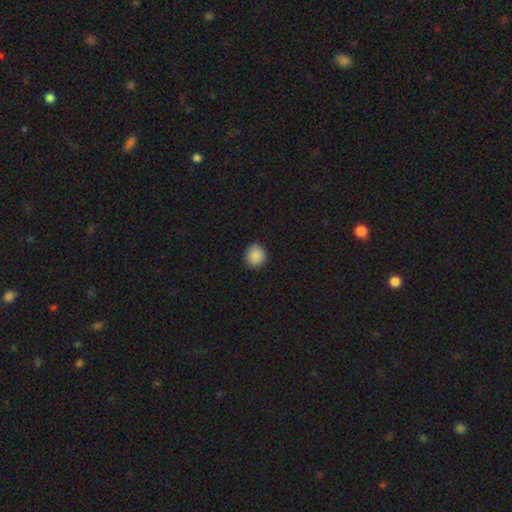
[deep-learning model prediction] smooth_or_featured: smooth (p=0.89) [alt: star or artifact p=0.09]
how_rounded: round (p=0.89) [alt: in between p=0.10]
merging: none (p=0.90) [alt: minor disturbance p=0.07]